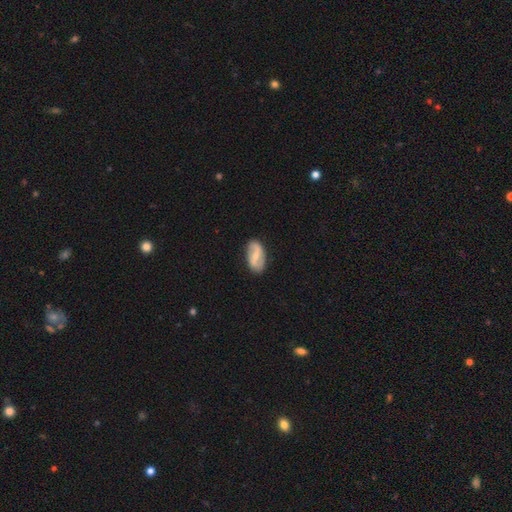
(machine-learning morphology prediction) Overall: featured or disk (67%; smooth 28%). Edge-on disk: no (95%). Bar: weak (42%; strong 40%). Spiral arms: yes (76%). Bulge size: small (55%; moderate 37%). Merging: none (84%).